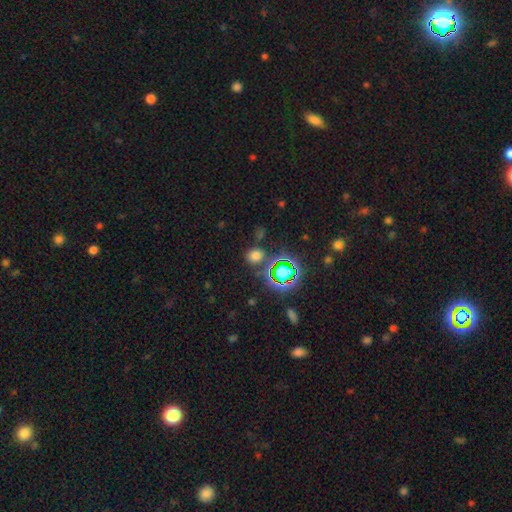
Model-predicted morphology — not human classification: Smooth or featured? smooth (61%)
How rounded? round (68%)
Merging? none (78%)